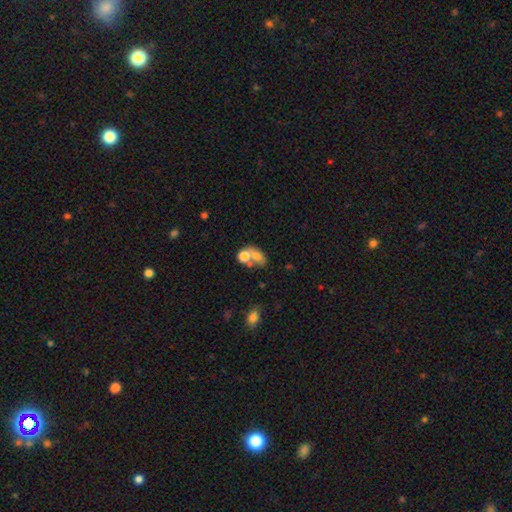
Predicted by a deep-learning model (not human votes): A smooth galaxy with no disk features (69%) that is in between round and cigar-shaped (69%).

Vote fractions:
- Smooth or featured? smooth: 69% / featured or disk: 19% / star or artifact: 12%
- How rounded? in between: 69% / round: 28% / cigar-shaped: 2%
- Merging? merger: 51% / none: 28% / minor disturbance: 11% / major disturbance: 10%